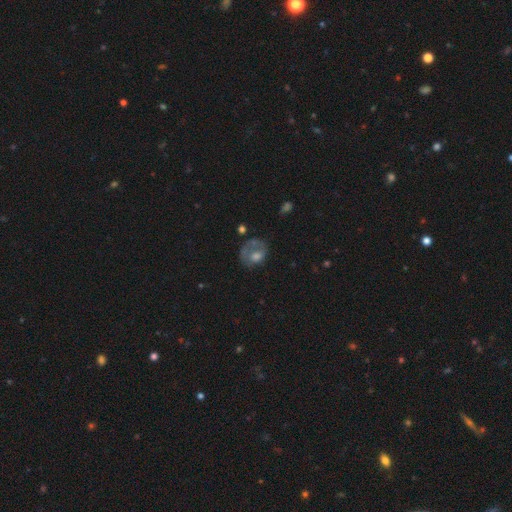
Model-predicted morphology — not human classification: This is possibly a smooth galaxy (45%). Merging: marginally none (39%).